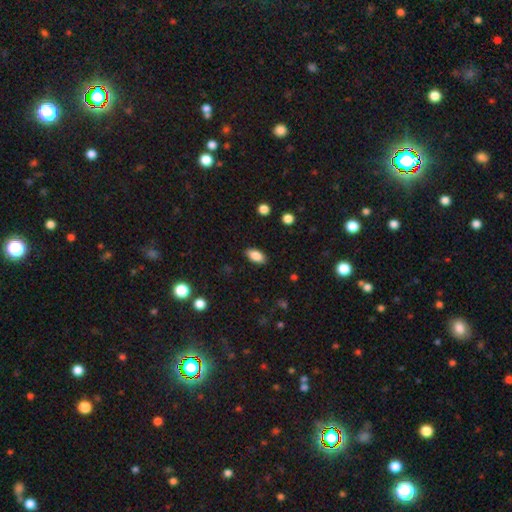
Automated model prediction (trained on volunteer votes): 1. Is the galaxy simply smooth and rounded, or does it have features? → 86% smooth, 8% star or artifact, 6% featured or disk.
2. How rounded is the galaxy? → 91% in between, 5% cigar-shaped, 4% round.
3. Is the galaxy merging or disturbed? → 88% none, 9% minor disturbance, 2% major disturbance, 1% merger.